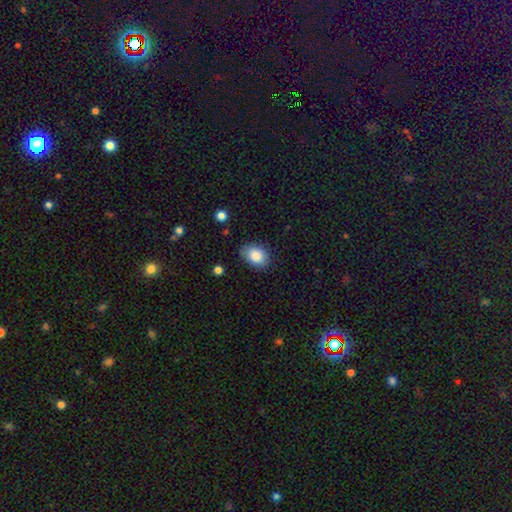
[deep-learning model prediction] Smooth or featured? Predicted: smooth (p=0.85). How rounded? Predicted: in between (p=0.77). Merging? Predicted: none (p=0.77).